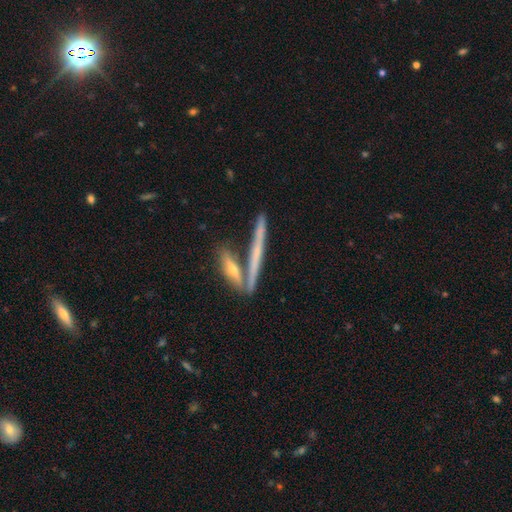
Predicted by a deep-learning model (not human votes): This is possibly a featured or disk galaxy (55%). It is clearly viewed edge-on (90%). Merging: likely none (62%).